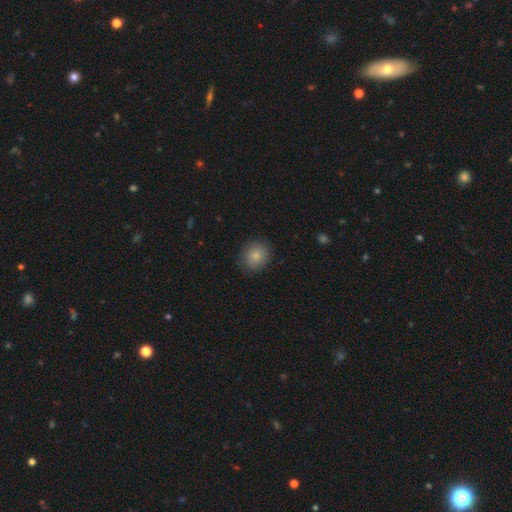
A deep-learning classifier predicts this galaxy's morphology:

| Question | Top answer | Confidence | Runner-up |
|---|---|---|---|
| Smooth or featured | smooth | 83% | star or artifact (9%) |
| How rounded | round | 82% | in between (17%) |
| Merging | none | 86% | minor disturbance (10%) |